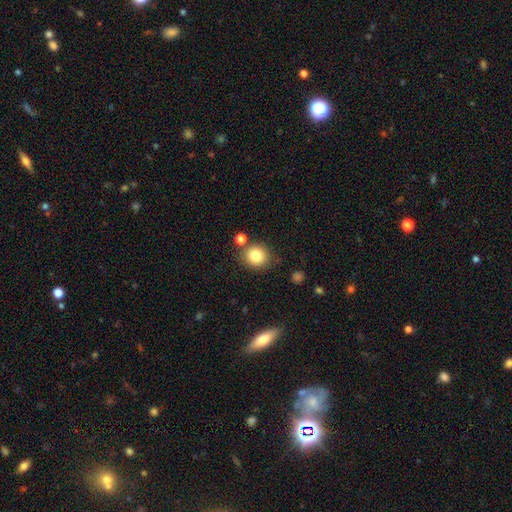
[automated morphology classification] This is clearly a smooth galaxy (83%). How rounded: clearly round (85%). Merging: likely none (78%).